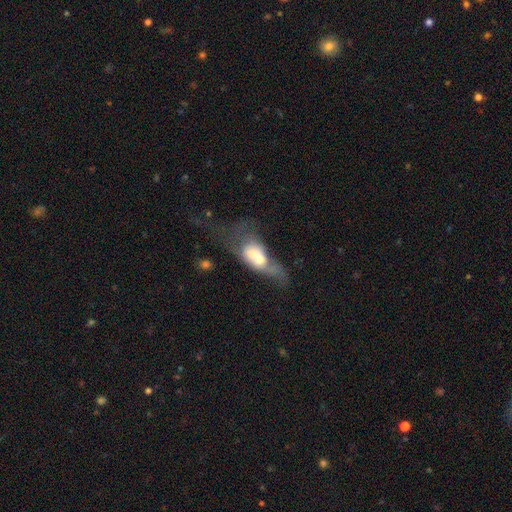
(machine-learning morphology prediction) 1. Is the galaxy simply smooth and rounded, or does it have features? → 46% featured or disk, 45% smooth, 9% star or artifact.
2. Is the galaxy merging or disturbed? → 64% merger, 21% major disturbance, 9% none, 7% minor disturbance.